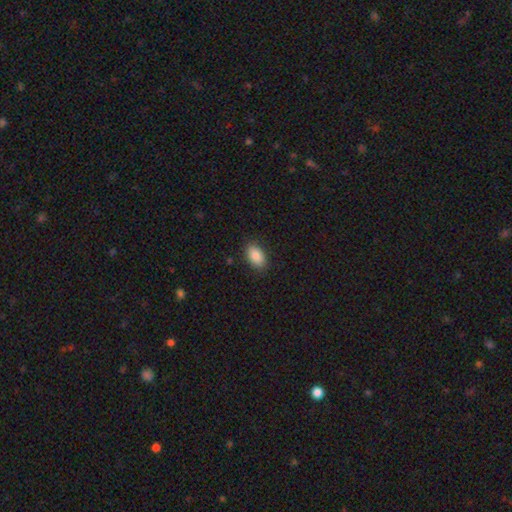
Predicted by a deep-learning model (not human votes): Morphology: type=smooth (86%); roundness=in between (91%); merging=none (87%).